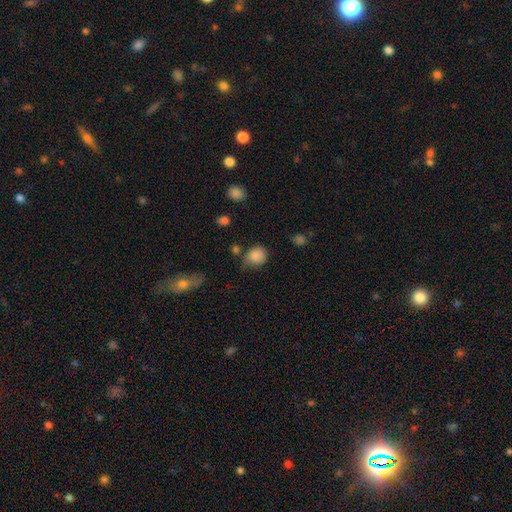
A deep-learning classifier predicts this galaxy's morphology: smooth_or_featured: smooth (p=0.85) [alt: star or artifact p=0.10]
how_rounded: round (p=0.72) [alt: in between p=0.27]
merging: none (p=0.54) [alt: minor disturbance p=0.33]